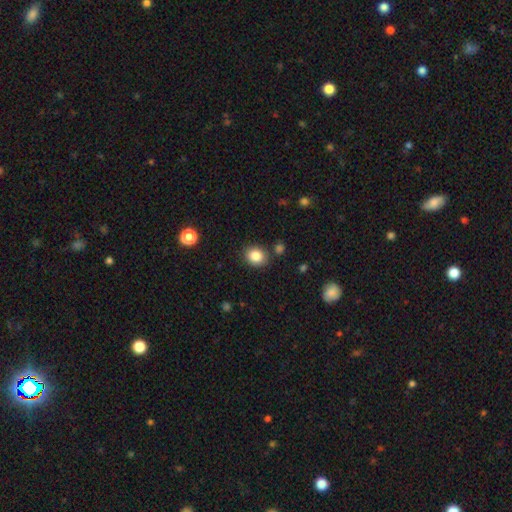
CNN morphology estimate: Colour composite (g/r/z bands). It shows a smooth galaxy with no disk features (85%) that is round (64%). Merging: none (84%).